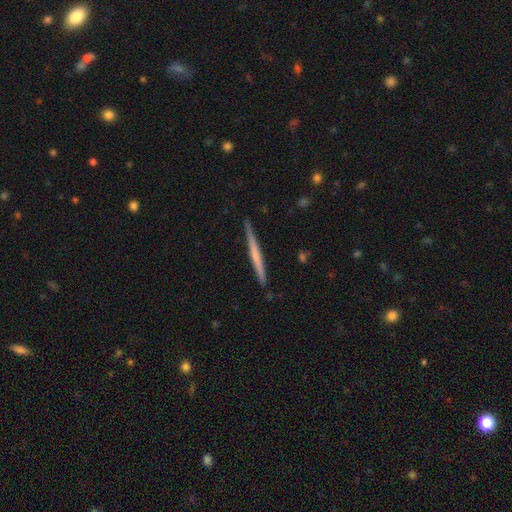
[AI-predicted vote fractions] smooth-or-featured: featured or disk: 51% | smooth: 44% | star or artifact: 5%
  disk-edge-on: yes: 98% | no: 2%
  merging: none: 89% | minor disturbance: 8% | major disturbance: 1% | merger: 1%